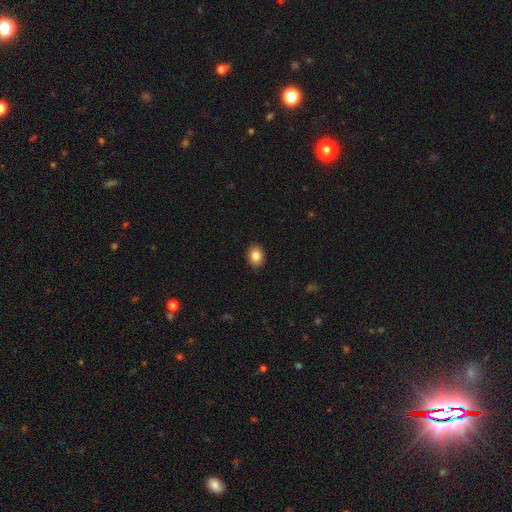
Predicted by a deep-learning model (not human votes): smooth-or-featured: smooth: 85% | star or artifact: 9% | featured or disk: 6%
  how-rounded: in between: 57% | round: 42% | cigar-shaped: 1%
  merging: none: 91% | minor disturbance: 7% | major disturbance: 2% | merger: 1%